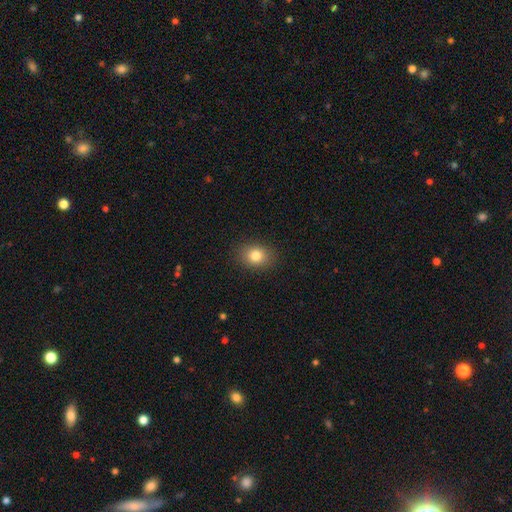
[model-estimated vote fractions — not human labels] smooth 81%, star or artifact 11%, featured or disk 8%. Down the decision tree: how rounded — in between (54%); merging — none (89%).